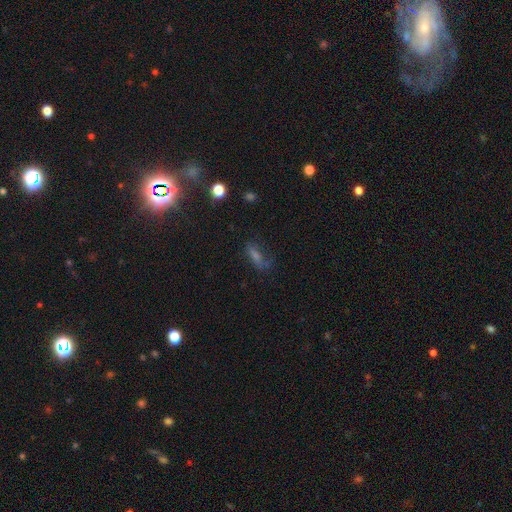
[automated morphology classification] type=smooth (41%); merging=none (60%).